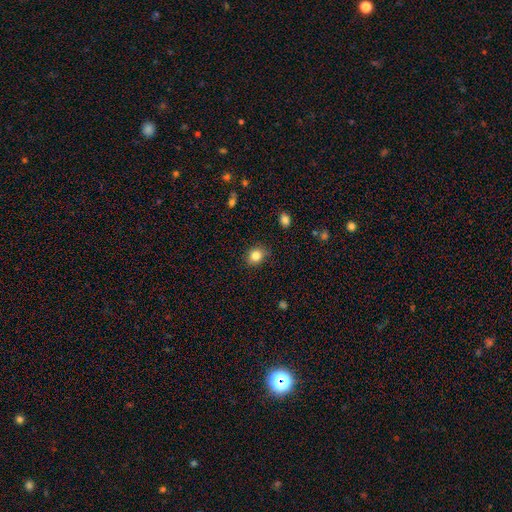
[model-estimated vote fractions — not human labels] Smooth or featured?
  - smooth: 83% *
  - star or artifact: 10%
  - featured or disk: 6%
How rounded?
  - round: 62% *
  - in between: 37%
  - cigar-shaped: 1%
Merging?
  - none: 82% *
  - minor disturbance: 14%
  - major disturbance: 3%
  - merger: 1%